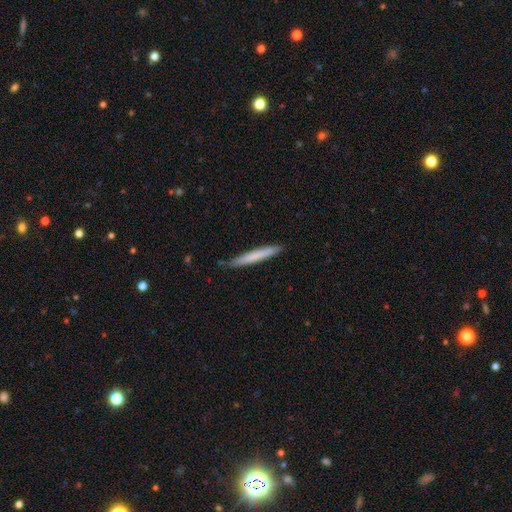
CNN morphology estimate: Overall: smooth (69%). How rounded: cigar-shaped (96%). Merging: none (88%).